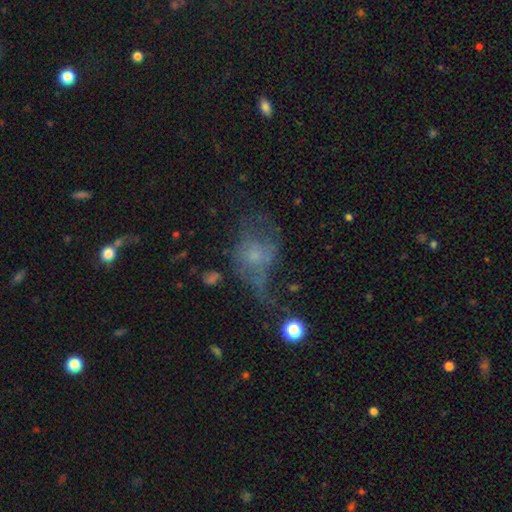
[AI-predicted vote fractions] Q: Smooth or featured?
A: smooth (43%); runner-up: featured or disk (41%)
Q: Merging?
A: major disturbance (50%); runner-up: none (24%)